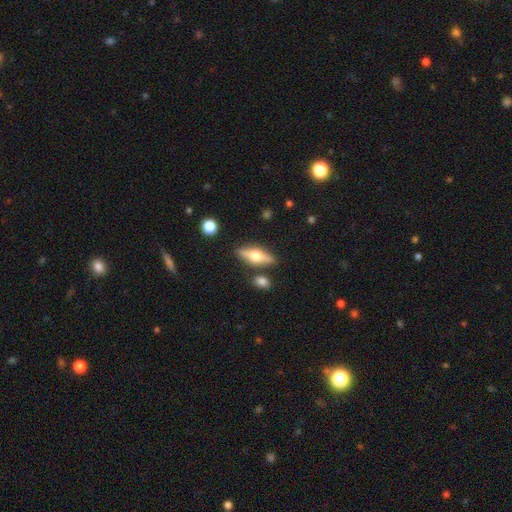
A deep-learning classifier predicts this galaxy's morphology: Smooth or featured?
  - featured or disk: 50% *
  - smooth: 44%
  - star or artifact: 6%
Merging?
  - none: 82% *
  - minor disturbance: 10%
  - merger: 5%
  - major disturbance: 3%